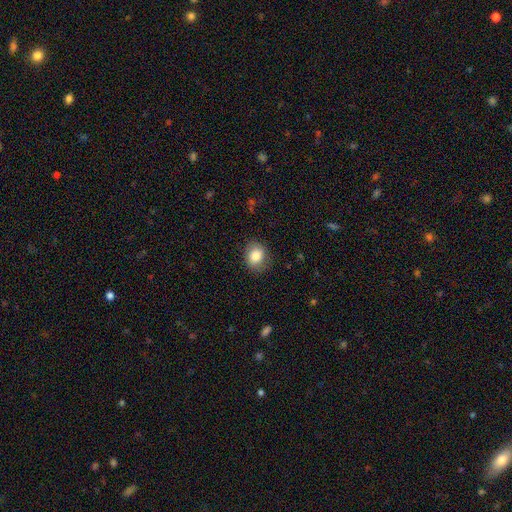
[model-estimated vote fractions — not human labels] Smooth or featured?
  - smooth: 82% *
  - featured or disk: 9%
  - star or artifact: 8%
How rounded?
  - round: 59% *
  - in between: 40%
  - cigar-shaped: 1%
Merging?
  - none: 81% *
  - minor disturbance: 14%
  - major disturbance: 4%
  - merger: 1%